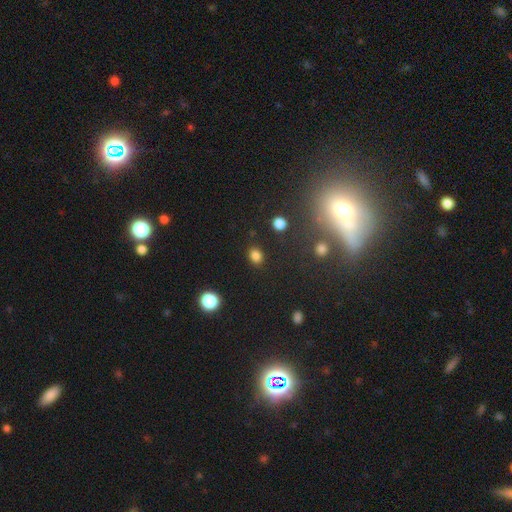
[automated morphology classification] Smooth or featured?
  - smooth: 82% *
  - star or artifact: 13%
  - featured or disk: 4%
How rounded?
  - in between: 53% *
  - round: 46%
  - cigar-shaped: 1%
Merging?
  - none: 86% *
  - minor disturbance: 9%
  - major disturbance: 3%
  - merger: 2%